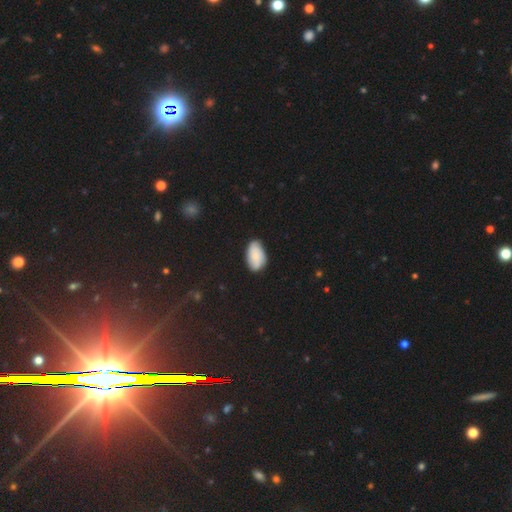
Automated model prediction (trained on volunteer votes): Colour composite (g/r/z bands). It shows a smooth galaxy with no disk features (64%) that is in between round and cigar-shaped (93%). Merging: none (74%).